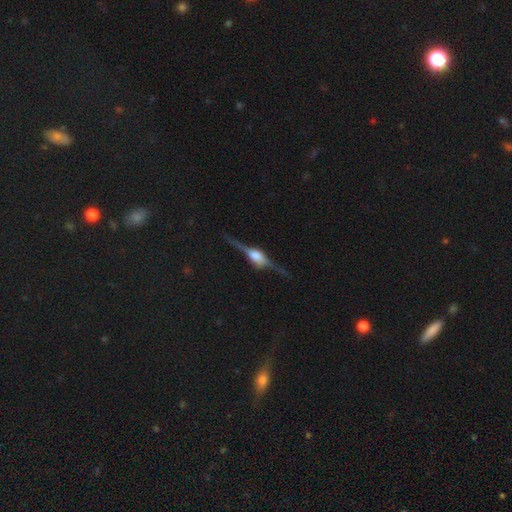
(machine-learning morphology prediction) featured or disk 87%, smooth 7%, star or artifact 6%. Down the decision tree: edge-on disk — yes (97%); edge-on bulge — rounded (83%); merging — none (83%).